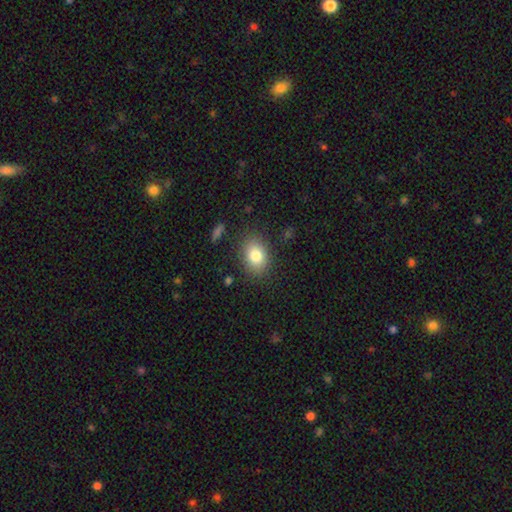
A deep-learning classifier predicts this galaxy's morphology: Smooth or featured: smooth — 81% (featured or disk — 10%)
How rounded: in between — 66% (round — 33%)
Merging: none — 84% (minor disturbance — 11%)